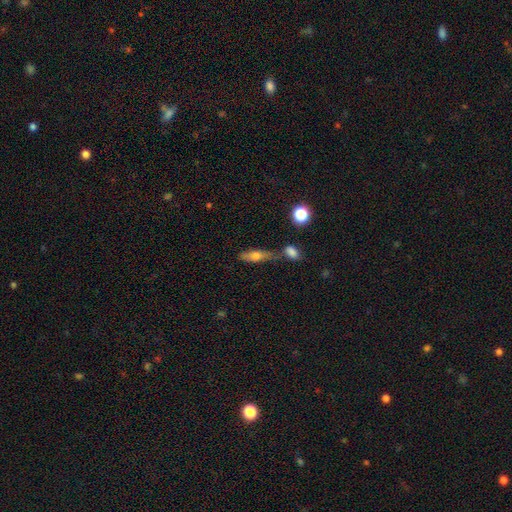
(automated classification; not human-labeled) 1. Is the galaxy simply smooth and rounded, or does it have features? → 61% smooth, 30% featured or disk, 9% star or artifact.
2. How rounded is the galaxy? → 49% in between, 46% cigar-shaped, 4% round.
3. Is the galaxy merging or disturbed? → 53% none, 22% merger, 18% minor disturbance, 7% major disturbance.